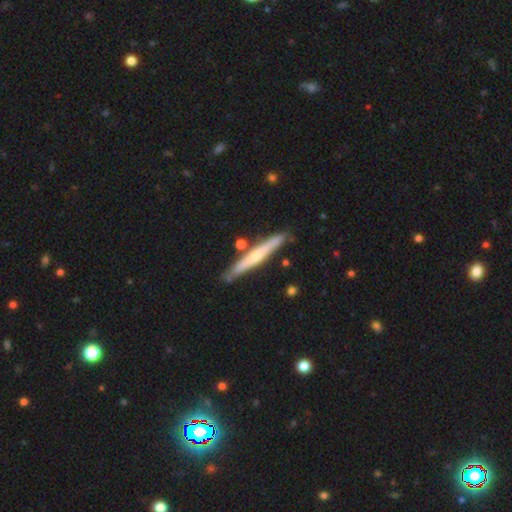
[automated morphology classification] Smooth or featured: featured or disk — 56% (smooth — 39%)
Edge-on disk: yes — 96% (no — 4%)
Edge-on bulge: rounded — 57% (none — 38%)
Merging: none — 84% (minor disturbance — 10%)